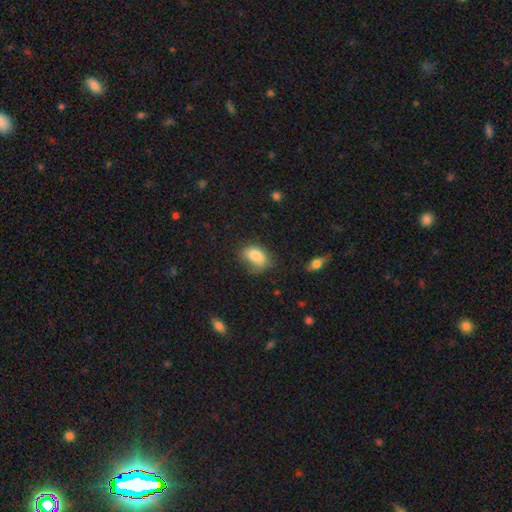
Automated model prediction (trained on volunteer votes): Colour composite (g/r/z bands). It shows a smooth galaxy with no disk features (84%) that is in between round and cigar-shaped (86%). Merging: none (57%).